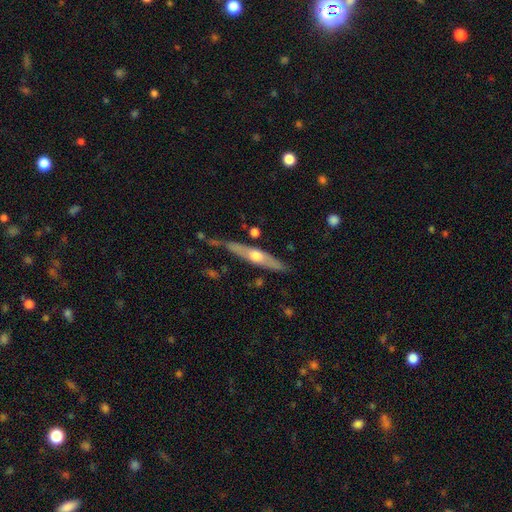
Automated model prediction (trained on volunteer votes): The model was most divided on "smooth or featured": featured or disk: 59%, smooth: 35%, star or artifact: 5%. More confident: edge-on bulge — rounded (90%); edge-on disk — yes (88%); merging — none (66%).